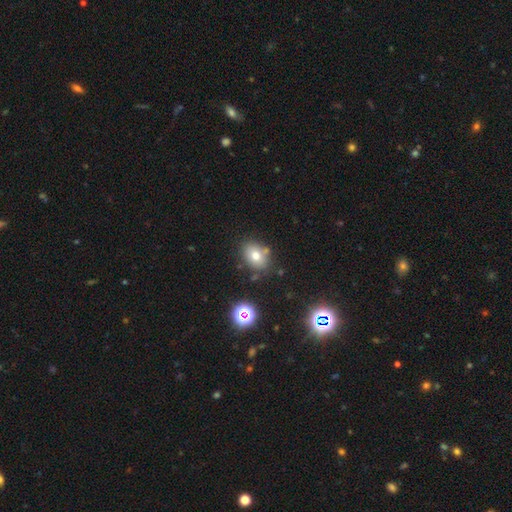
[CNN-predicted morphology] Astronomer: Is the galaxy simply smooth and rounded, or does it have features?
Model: smooth — 74%.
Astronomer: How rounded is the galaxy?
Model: in between — 67%.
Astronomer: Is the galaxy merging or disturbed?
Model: none — 76%.